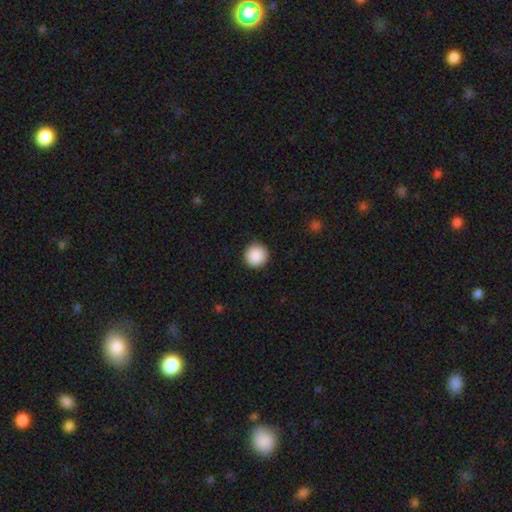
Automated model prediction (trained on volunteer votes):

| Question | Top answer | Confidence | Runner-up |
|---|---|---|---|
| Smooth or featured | smooth | 89% | star or artifact (8%) |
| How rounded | round | 95% | in between (4%) |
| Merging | none | 90% | minor disturbance (7%) |